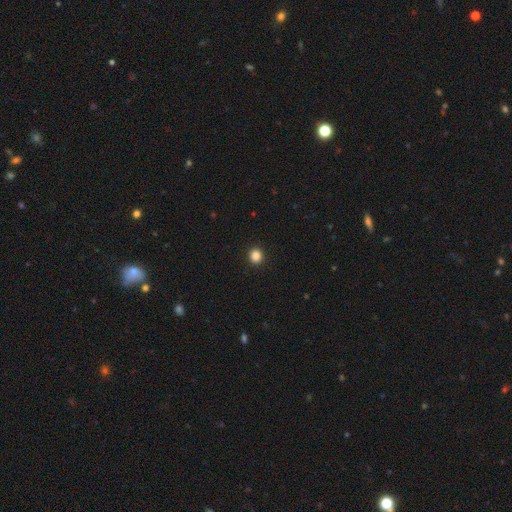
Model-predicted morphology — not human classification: A smooth galaxy with no disk features (86%) that is round (83%).

Vote fractions:
- Smooth or featured? smooth: 86% / star or artifact: 11% / featured or disk: 3%
- How rounded? round: 83% / in between: 16% / cigar-shaped: 1%
- Merging? none: 93% / minor disturbance: 4% / major disturbance: 2% / merger: 1%